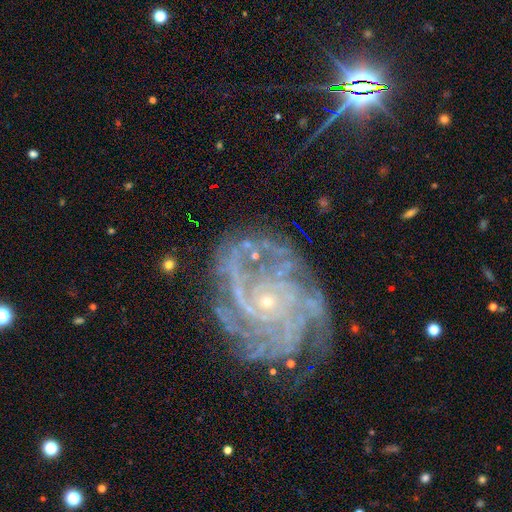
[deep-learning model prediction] The model was most divided on "spiral arm count": more than 4: 24%, 4: 23%, can't tell: 21%, 3: 13%, 2: 10%, 1: 8%. More confident: spiral arms — yes (97%); edge-on disk — no (97%); bulge size — small (87%); smooth or featured — featured or disk (86%); bar — no (73%); merging — none (71%); spiral winding — tight (68%).